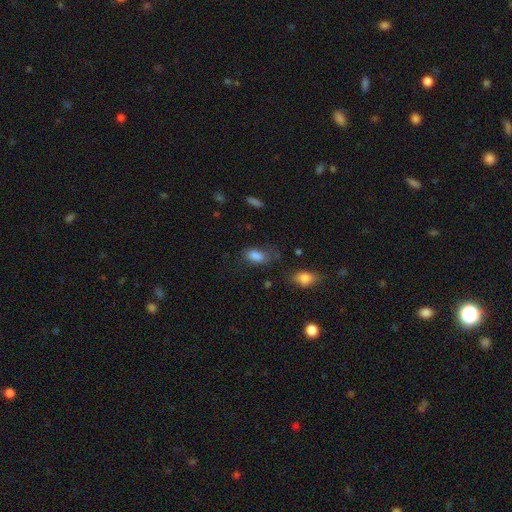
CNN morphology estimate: smooth-or-featured: smooth: 83% | star or artifact: 9% | featured or disk: 7%
  how-rounded: in between: 88% | round: 7% | cigar-shaped: 5%
  merging: none: 56% | minor disturbance: 27% | major disturbance: 12% | merger: 4%